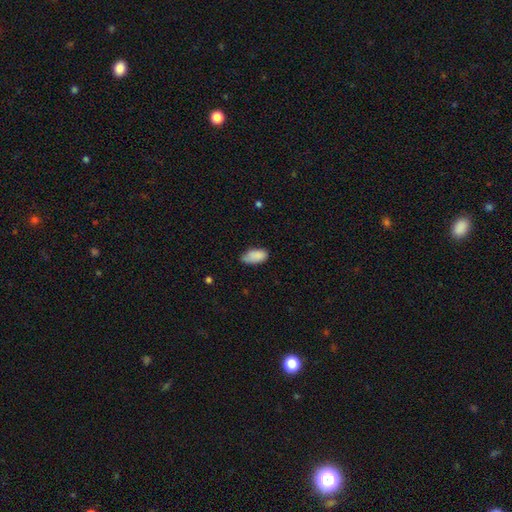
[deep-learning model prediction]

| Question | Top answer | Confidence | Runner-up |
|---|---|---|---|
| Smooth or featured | smooth | 88% | star or artifact (7%) |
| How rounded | in between | 92% | cigar-shaped (6%) |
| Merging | none | 63% | minor disturbance (31%) |